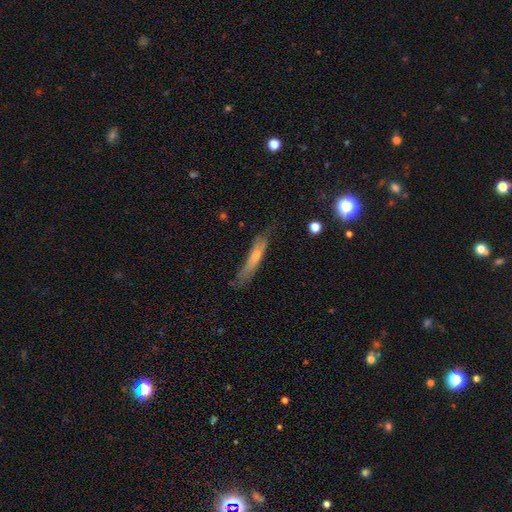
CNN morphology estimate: Smooth or featured? Predicted: smooth (p=0.52). How rounded? Predicted: cigar-shaped (p=0.86). Merging? Predicted: none (p=0.57).